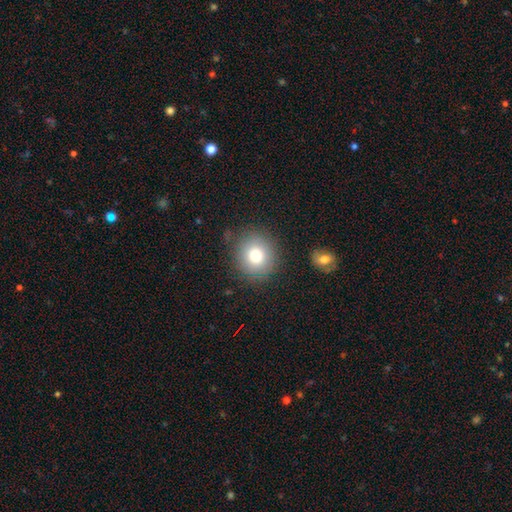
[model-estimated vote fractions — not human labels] smooth 78%, featured or disk 11%, star or artifact 11%. Down the decision tree: how rounded — round (85%); merging — none (84%).